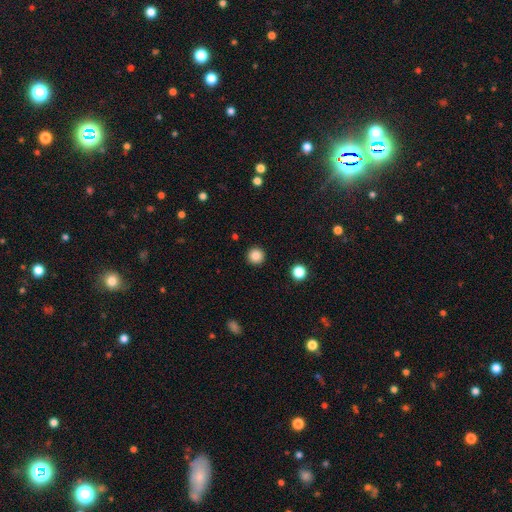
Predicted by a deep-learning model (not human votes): Smooth or featured?
  - smooth: 85% *
  - star or artifact: 11%
  - featured or disk: 4%
How rounded?
  - round: 96% *
  - in between: 3%
  - cigar-shaped: 1%
Merging?
  - none: 93% *
  - minor disturbance: 4%
  - major disturbance: 2%
  - merger: 1%